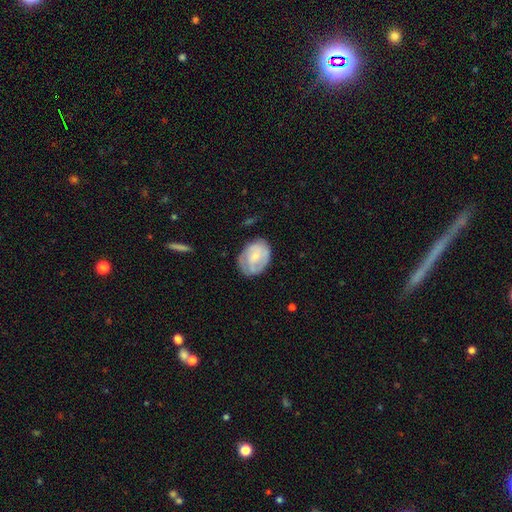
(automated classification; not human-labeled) A featured or disk galaxy (55%) with no bar (58%), spiral arms (72%) and a small central bulge (59%).

Vote fractions:
- Smooth or featured? featured or disk: 55% / smooth: 39% / star or artifact: 6%
- Edge-on disk? no: 97% / yes: 3%
- Bar? no: 58% / weak: 35% / strong: 7%
- Spiral arms? yes: 72% / no: 28%
- Bulge size? small: 59% / moderate: 33% / none: 5% / large: 2% / dominant: 1%
- Merging? none: 66% / minor disturbance: 24% / major disturbance: 8% / merger: 2%